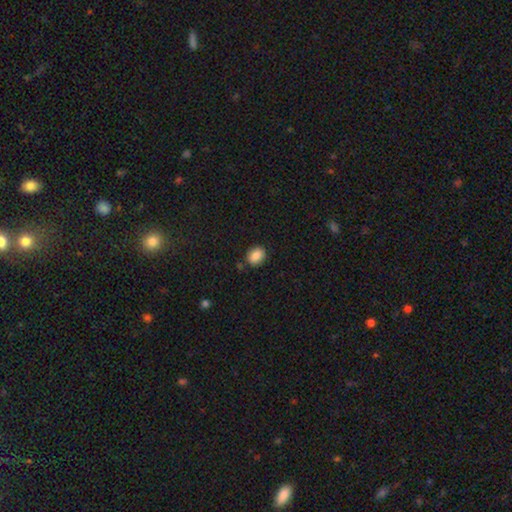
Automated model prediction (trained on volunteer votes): A smooth galaxy with no disk features (85%) that is in between round and cigar-shaped (51%).

Vote fractions:
- Smooth or featured? smooth: 85% / star or artifact: 9% / featured or disk: 6%
- How rounded? in between: 51% / round: 48% / cigar-shaped: 1%
- Merging? none: 84% / minor disturbance: 10% / merger: 3% / major disturbance: 3%